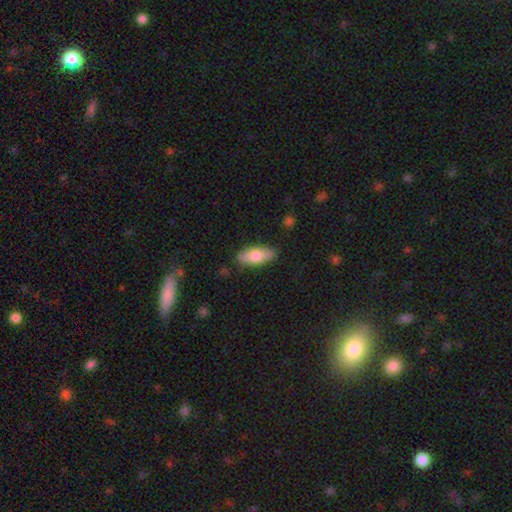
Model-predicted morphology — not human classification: A smooth galaxy with no disk features (74%) that is in between round and cigar-shaped (82%).

Vote fractions:
- Smooth or featured? smooth: 74% / featured or disk: 20% / star or artifact: 6%
- How rounded? in between: 82% / cigar-shaped: 15% / round: 3%
- Merging? none: 83% / minor disturbance: 13% / major disturbance: 3% / merger: 1%